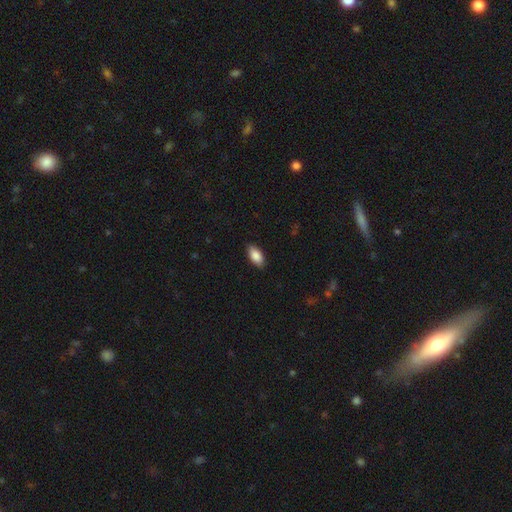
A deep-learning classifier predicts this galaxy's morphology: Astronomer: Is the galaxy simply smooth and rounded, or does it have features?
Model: smooth — 88%.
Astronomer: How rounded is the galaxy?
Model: in between — 92%.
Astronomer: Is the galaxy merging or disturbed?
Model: none — 87%.